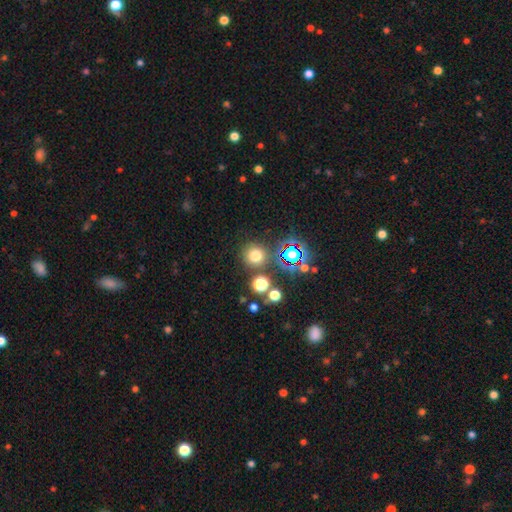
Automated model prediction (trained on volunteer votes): Overall: smooth (69%). How rounded: round (91%). Merging: none (80%).